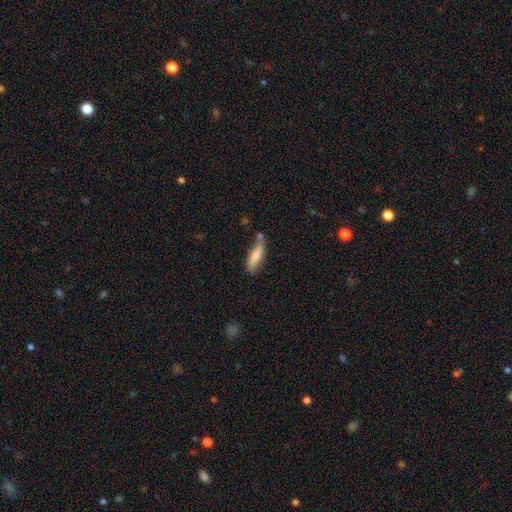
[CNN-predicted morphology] Q: Smooth or featured?
A: smooth (74%); runner-up: featured or disk (19%)
Q: How rounded?
A: cigar-shaped (55%); runner-up: in between (43%)
Q: Merging?
A: none (56%); runner-up: minor disturbance (23%)